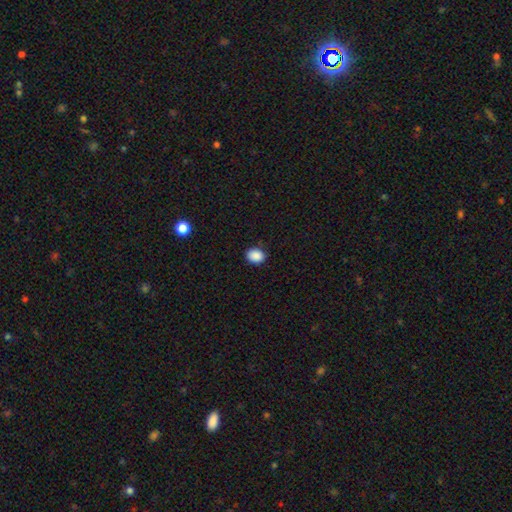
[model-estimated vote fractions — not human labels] The model was most divided on "how rounded": in between: 55%, round: 44%, cigar-shaped: 1%. More confident: smooth or featured — smooth (89%); merging — none (87%).